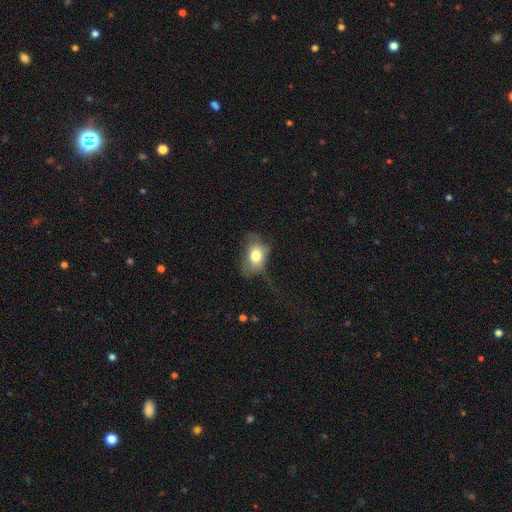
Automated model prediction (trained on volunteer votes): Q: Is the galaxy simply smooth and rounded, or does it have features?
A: smooth — 71%.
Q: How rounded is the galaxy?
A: in between — 74%.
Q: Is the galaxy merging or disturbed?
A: none — 39%.